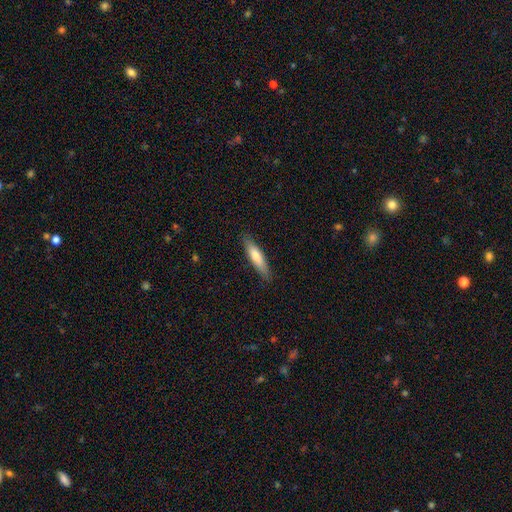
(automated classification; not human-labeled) Smooth or featured? Predicted: smooth (p=0.71). How rounded? Predicted: cigar-shaped (p=0.82). Merging? Predicted: none (p=0.86).